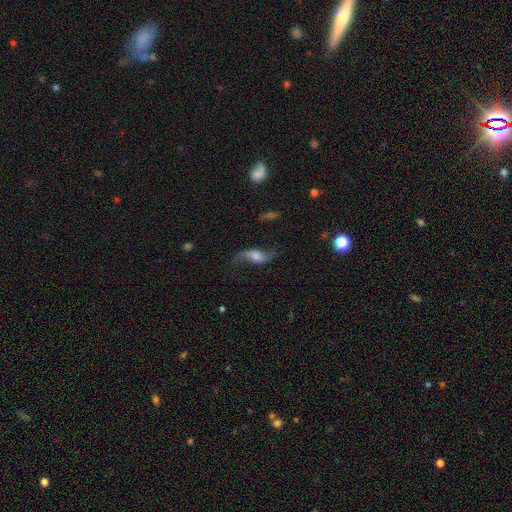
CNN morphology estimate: This appears to be a featured or disk galaxy (76%) with no bar (47%), 2 (92%) loose (91%) spiral arms (94%) and a moderate central bulge (35%). Merging: none (70%).